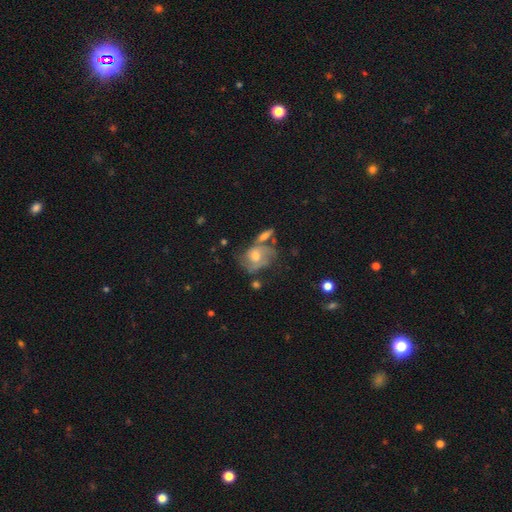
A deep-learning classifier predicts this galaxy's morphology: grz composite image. It shows a featured or disk galaxy (67%) with no bar (72%), 2 (52%) medium (45%) spiral arms (83%) and a moderate central bulge (68%). Merging: none (44%).